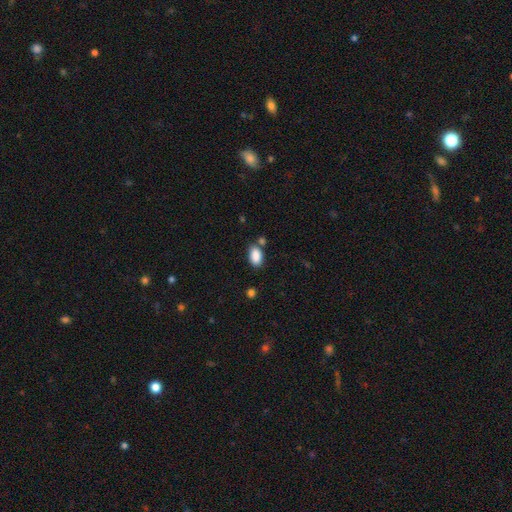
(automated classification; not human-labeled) Smooth or featured? Predicted: smooth (p=0.88). How rounded? Predicted: in between (p=0.91). Merging? Predicted: none (p=0.72).